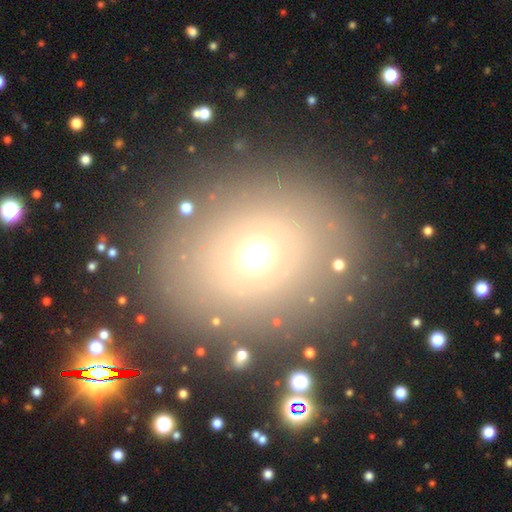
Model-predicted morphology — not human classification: A smooth galaxy with no disk features (58%) that is round (73%). Merging: none (85%).